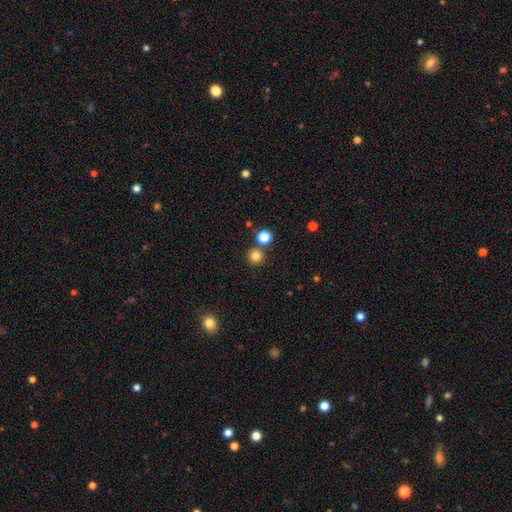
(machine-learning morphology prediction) smooth 81%, star or artifact 14%, featured or disk 5%. Down the decision tree: how rounded — round (94%); merging — none (79%).